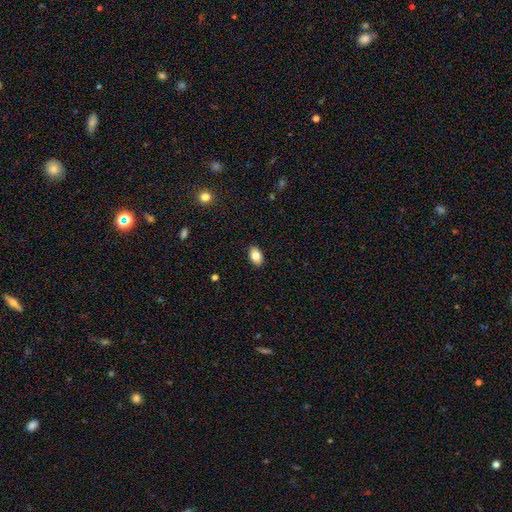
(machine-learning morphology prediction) Smooth or featured? smooth (82%)
How rounded? in between (88%)
Merging? none (89%)